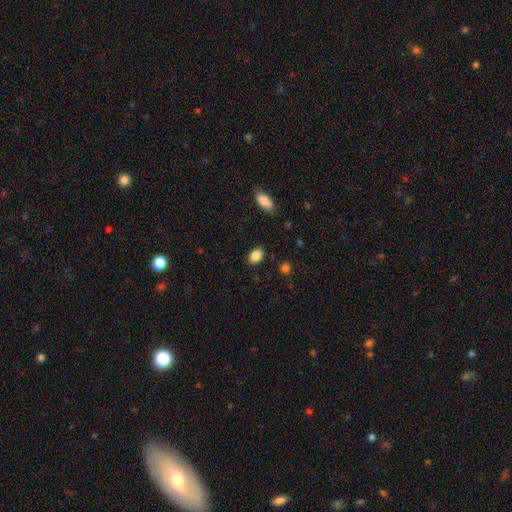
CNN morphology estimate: A smooth galaxy with no disk features (86%) that is in between round and cigar-shaped (80%).

Vote fractions:
- Smooth or featured? smooth: 86% / star or artifact: 9% / featured or disk: 5%
- How rounded? in between: 80% / round: 19% / cigar-shaped: 1%
- Merging? none: 86% / minor disturbance: 10% / major disturbance: 3% / merger: 2%